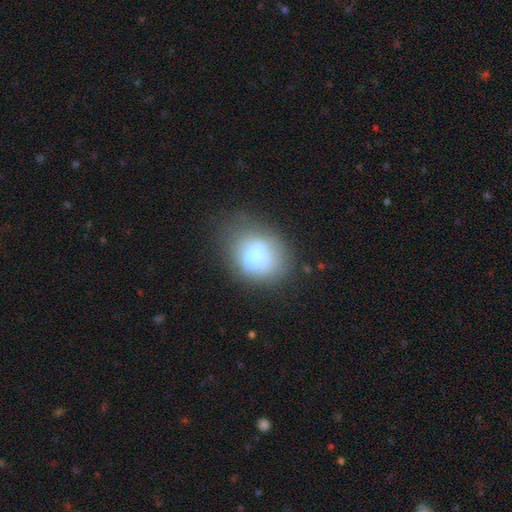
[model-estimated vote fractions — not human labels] smooth_or_featured: smooth (p=0.66) [alt: featured or disk p=0.22]
how_rounded: in between (p=0.54) [alt: round p=0.45]
merging: none (p=0.45) [alt: minor disturbance p=0.26]